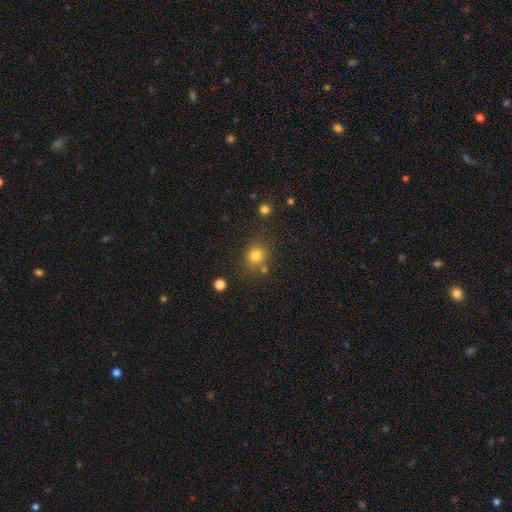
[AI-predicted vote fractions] Smooth or featured: smooth — 79% (star or artifact — 14%)
How rounded: round — 75% (in between — 24%)
Merging: none — 74% (minor disturbance — 13%)